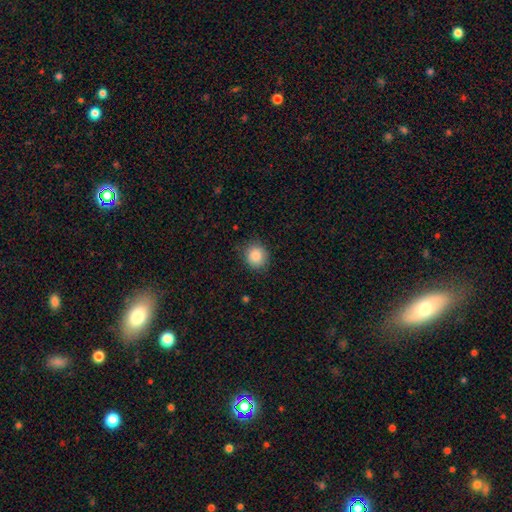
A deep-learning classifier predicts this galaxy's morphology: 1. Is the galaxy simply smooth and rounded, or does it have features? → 87% smooth, 9% star or artifact, 4% featured or disk.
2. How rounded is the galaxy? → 81% round, 18% in between, 1% cigar-shaped.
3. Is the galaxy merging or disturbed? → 84% none, 12% minor disturbance, 3% major disturbance, 1% merger.